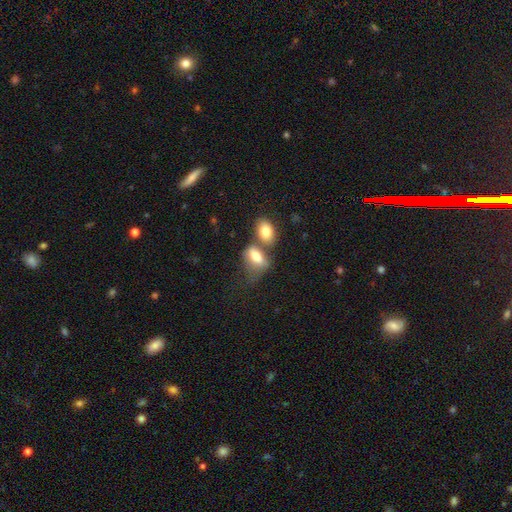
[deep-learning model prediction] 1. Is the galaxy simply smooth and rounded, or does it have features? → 77% smooth, 15% featured or disk, 8% star or artifact.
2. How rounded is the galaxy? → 88% in between, 9% round, 3% cigar-shaped.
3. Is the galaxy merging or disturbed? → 52% merger, 24% none, 13% minor disturbance, 11% major disturbance.